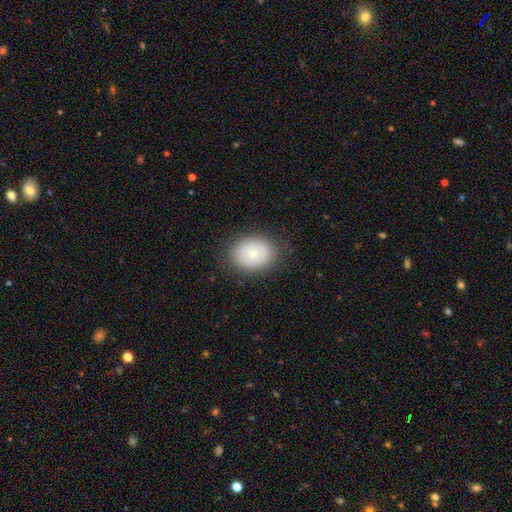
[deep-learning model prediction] Smooth or featured? Predicted: smooth (p=0.72). How rounded? Predicted: in between (p=0.59). Merging? Predicted: none (p=0.82).